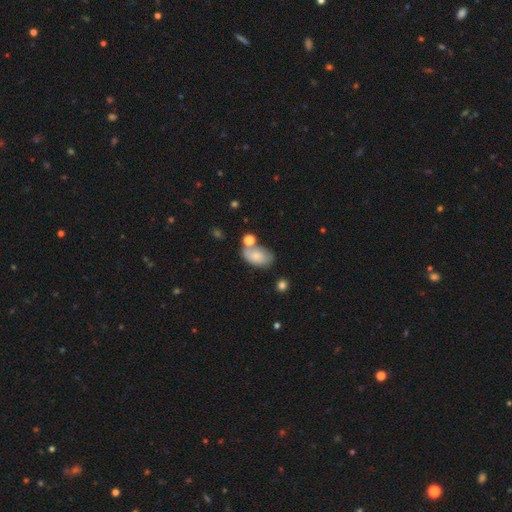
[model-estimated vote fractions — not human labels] Overall: smooth (75%). How rounded: in between (91%). Merging: none (46%; minor disturbance 24%).